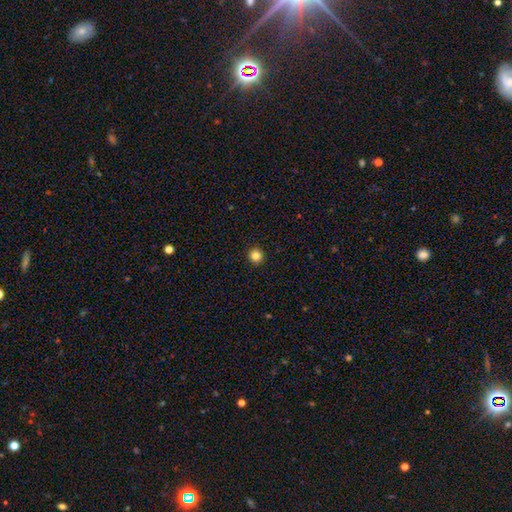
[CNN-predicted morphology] This appears to be a smooth galaxy with no disk features (84%) that is round (95%). Merging: none (94%).